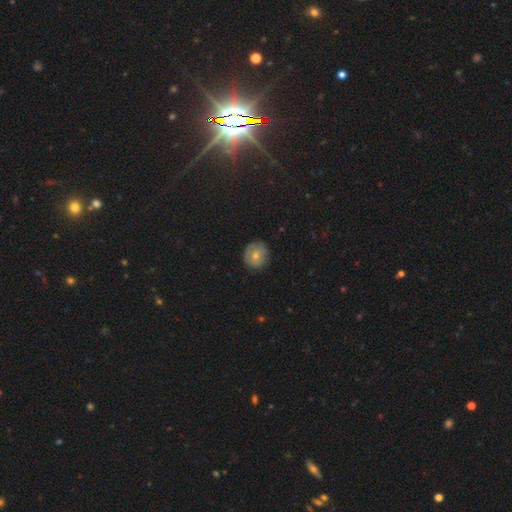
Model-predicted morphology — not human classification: Smooth or featured? Predicted: smooth (p=0.60). How rounded? Predicted: round (p=0.86). Merging? Predicted: none (p=0.80).